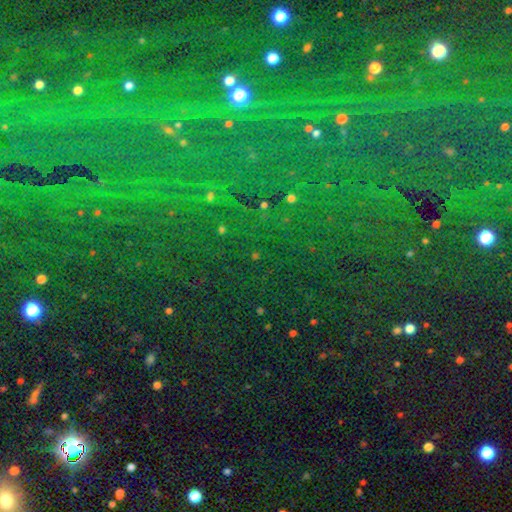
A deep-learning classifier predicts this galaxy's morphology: smooth_or_featured: star or artifact (p=0.79) [alt: smooth p=0.13]